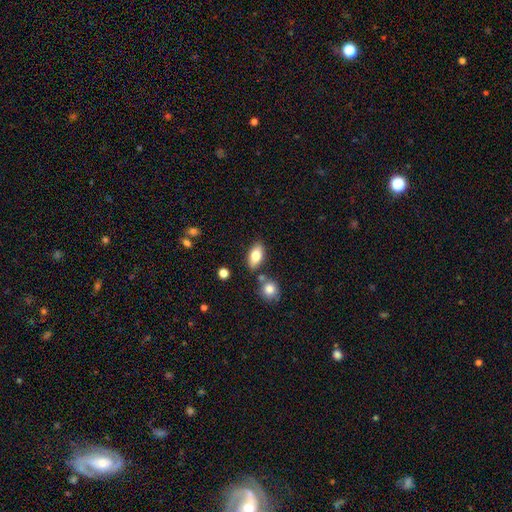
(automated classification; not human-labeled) Smooth or featured: smooth — 78% (featured or disk — 15%)
How rounded: in between — 88% (cigar-shaped — 7%)
Merging: none — 75% (minor disturbance — 12%)